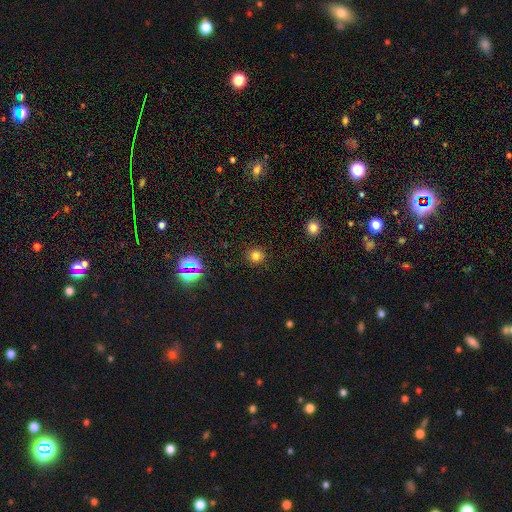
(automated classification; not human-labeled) This is likely a smooth galaxy (76%). How rounded: clearly round (92%). Merging: clearly none (91%).